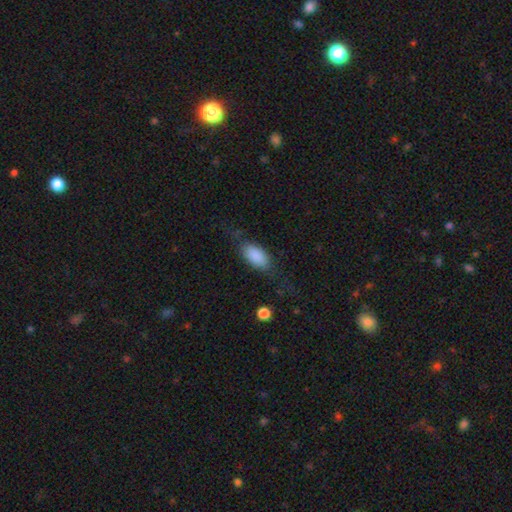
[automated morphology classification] A smooth galaxy with no disk features (84%) that is in between round and cigar-shaped (91%).

Vote fractions:
- Smooth or featured? smooth: 84% / featured or disk: 10% / star or artifact: 6%
- How rounded? in between: 91% / cigar-shaped: 7% / round: 3%
- Merging? none: 61% / minor disturbance: 22% / major disturbance: 15% / merger: 2%